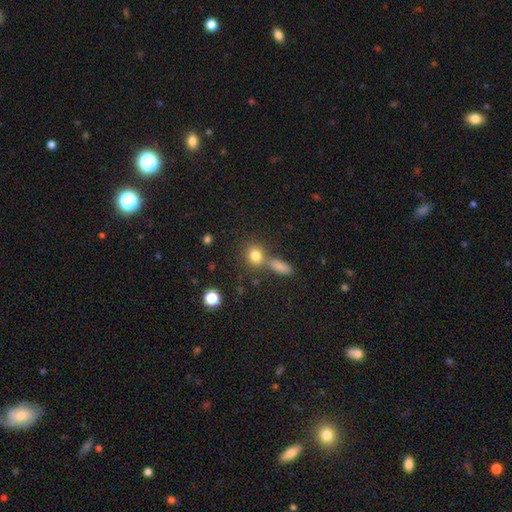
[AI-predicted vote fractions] Q: Smooth or featured?
A: smooth (79%); runner-up: star or artifact (13%)
Q: How rounded?
A: round (69%); runner-up: in between (28%)
Q: Merging?
A: none (58%); runner-up: merger (28%)